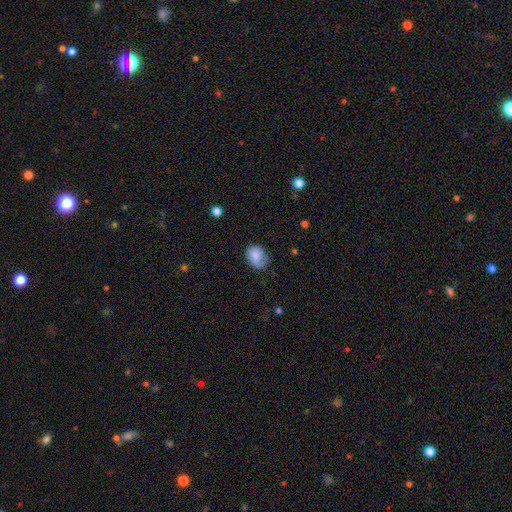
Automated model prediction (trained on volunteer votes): A smooth galaxy with no disk features (73%) that is in between round and cigar-shaped (56%). Merging: none (53%).